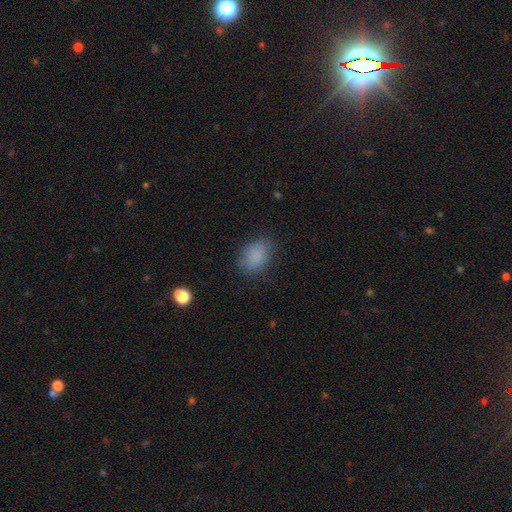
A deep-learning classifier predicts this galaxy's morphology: Overall: smooth (86%). How rounded: in between (79%). Merging: none (79%).